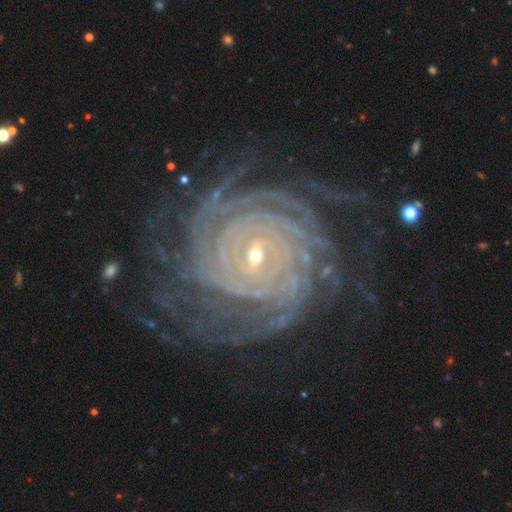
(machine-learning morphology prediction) Smooth or featured? featured or disk (92%)
Edge-on disk? no (98%)
Bar? weak (41%)
Spiral arms? yes (99%)
Spiral winding? tight (88%)
Spiral arm count? more than 4 (26%)
Bulge size? small (71%)
Merging? none (73%)